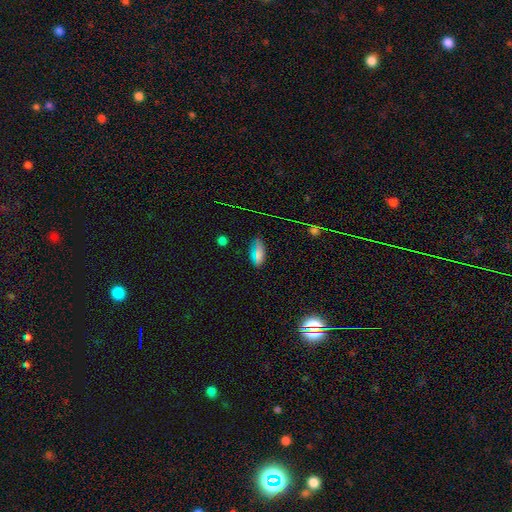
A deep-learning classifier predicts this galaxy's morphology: A smooth galaxy with no disk features (63%) that is in between round and cigar-shaped (83%). Merging: none (80%).